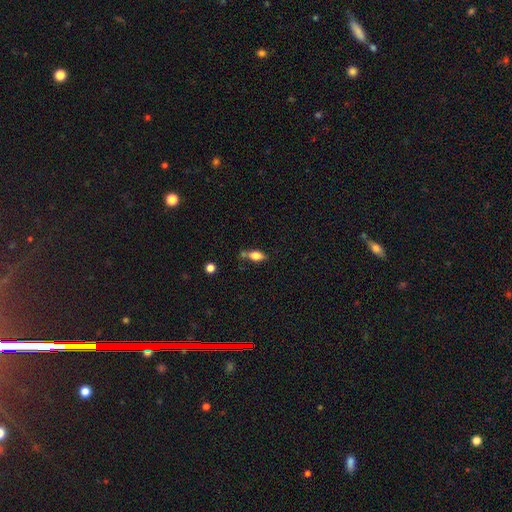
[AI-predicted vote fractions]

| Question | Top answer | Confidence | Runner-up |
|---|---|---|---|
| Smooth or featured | smooth | 77% | featured or disk (14%) |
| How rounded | in between | 84% | cigar-shaped (9%) |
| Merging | none | 59% | minor disturbance (19%) |